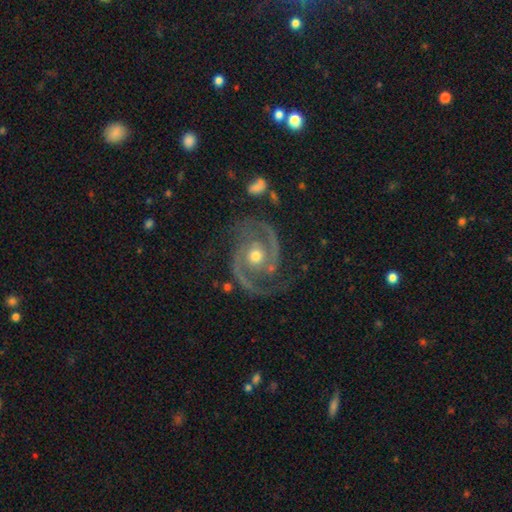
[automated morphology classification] This is clearly a featured or disk galaxy (93%). It is clearly not viewed edge-on (98%). Bar: likely no (69%). Spiral arm pattern: clearly yes (98%). Spiral arm count: clearly 2 (93%). Spiral winding: possibly medium (56%). Central bulge: likely moderate (69%). Merging: likely none (76%).